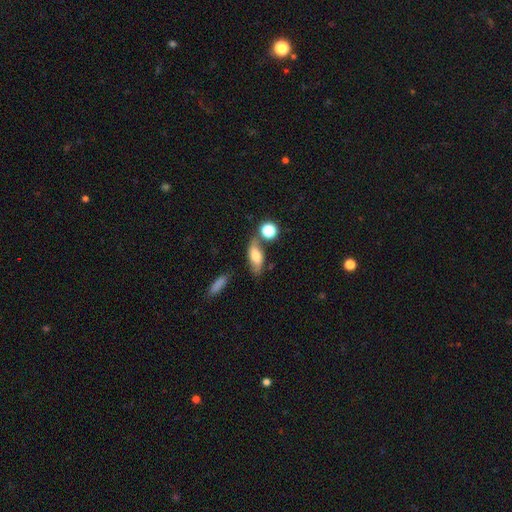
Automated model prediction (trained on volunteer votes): The model was most divided on "smooth or featured": smooth: 62%, featured or disk: 29%, star or artifact: 9%. More confident: how rounded — in between (76%); merging — none (62%).